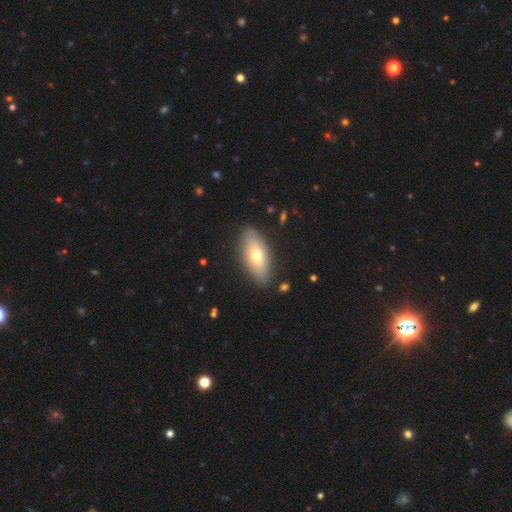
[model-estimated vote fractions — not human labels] The model was most divided on "smooth or featured": smooth: 64%, featured or disk: 29%, star or artifact: 6%. More confident: merging — none (86%); how rounded — in between (86%).